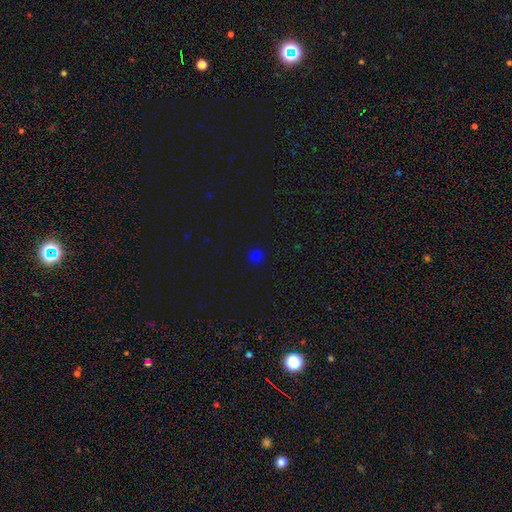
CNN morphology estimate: Smooth or featured: smooth — 70% (star or artifact — 26%)
How rounded: round — 90% (in between — 9%)
Merging: none — 87% (minor disturbance — 8%)